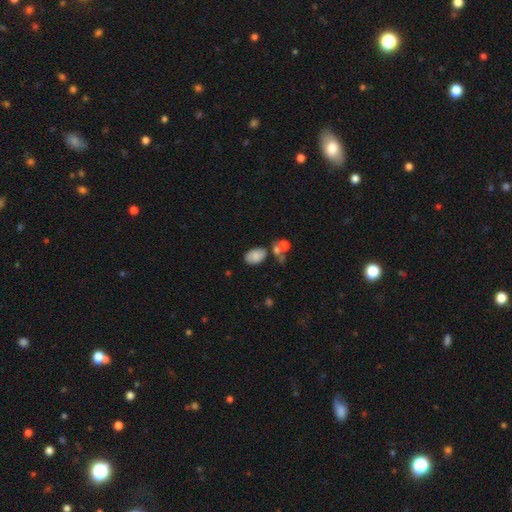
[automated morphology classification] This appears to be a smooth galaxy with no disk features (78%) that is in between round and cigar-shaped (90%). Merging: none (54%).